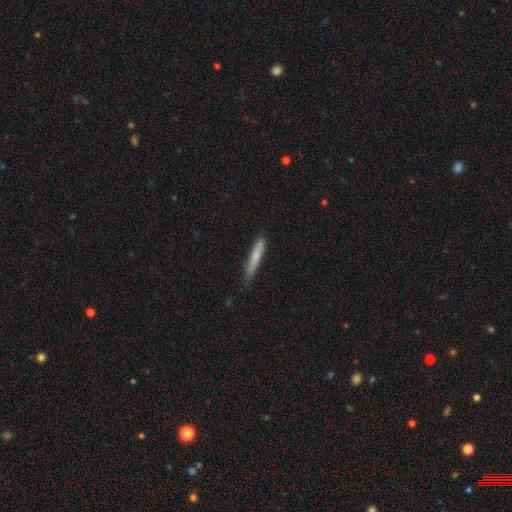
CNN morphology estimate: The model was most divided on "smooth or featured": smooth: 73%, featured or disk: 21%, star or artifact: 6%. More confident: how rounded — cigar-shaped (95%); merging — none (74%).